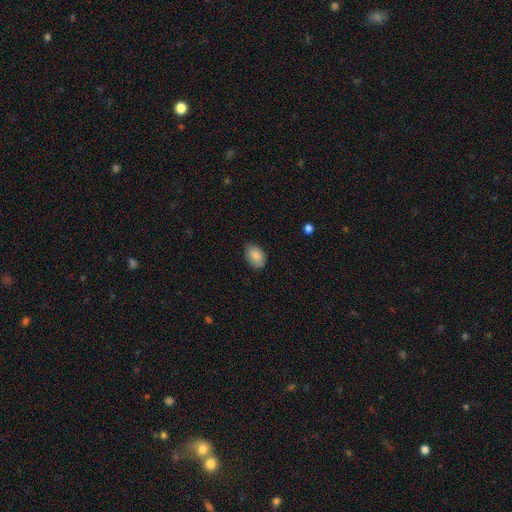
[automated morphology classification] Smooth or featured? smooth (85%)
How rounded? in between (86%)
Merging? none (74%)